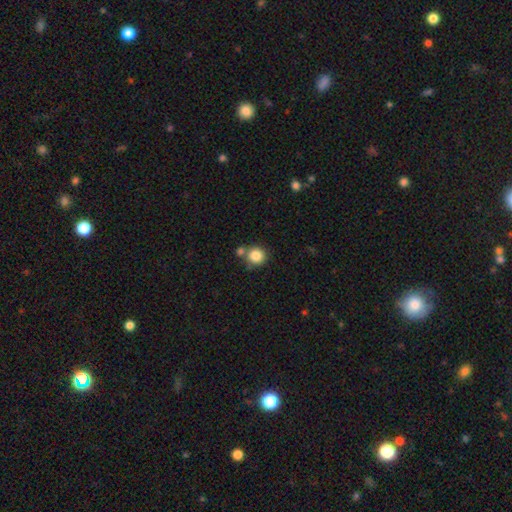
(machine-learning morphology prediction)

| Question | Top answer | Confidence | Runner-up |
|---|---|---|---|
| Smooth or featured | smooth | 84% | star or artifact (10%) |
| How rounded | round | 91% | in between (8%) |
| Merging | none | 66% | merger (22%) |